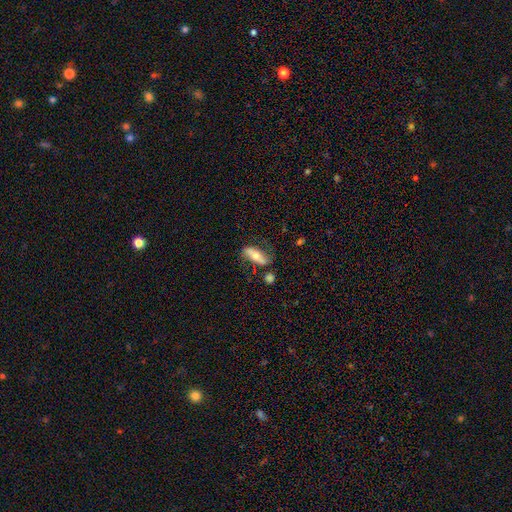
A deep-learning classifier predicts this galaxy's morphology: This appears to be a smooth galaxy with no disk features (49%). Merging: none (66%).